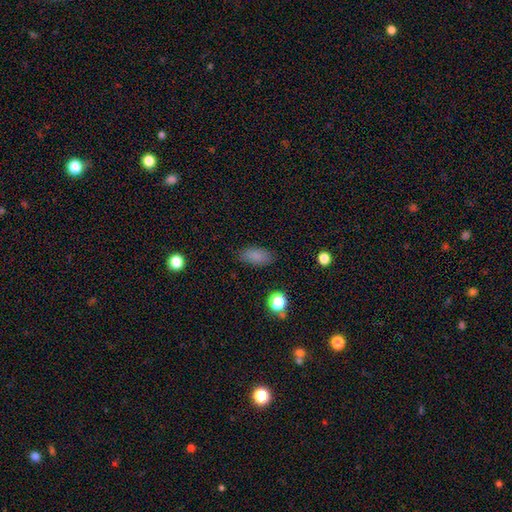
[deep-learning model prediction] smooth 84%, star or artifact 11%, featured or disk 5%. Down the decision tree: how rounded — in between (88%); merging — none (85%).